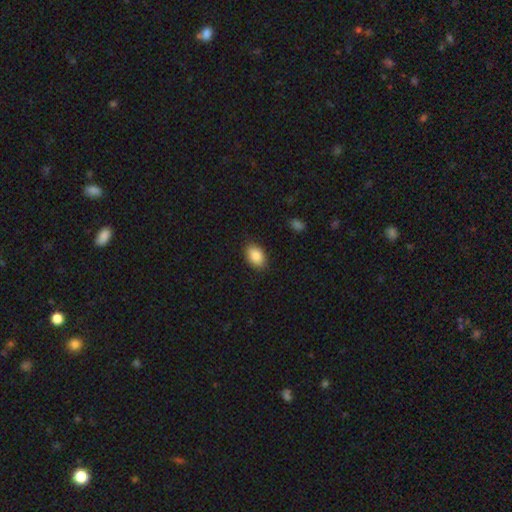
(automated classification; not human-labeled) This appears to be a smooth galaxy with no disk features (88%) that is in between round and cigar-shaped (86%). Merging: none (87%).